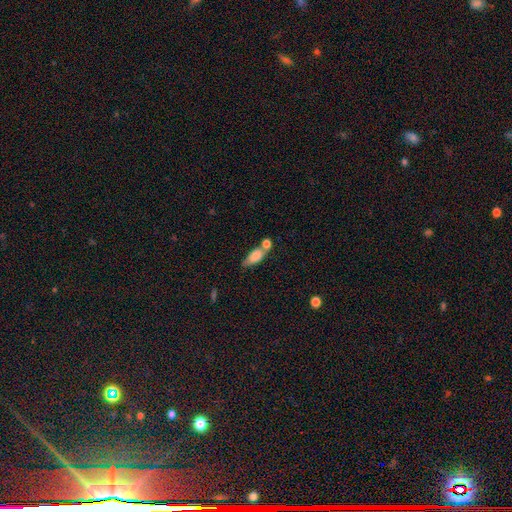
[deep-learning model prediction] Smooth or featured: smooth — 78% (featured or disk — 14%)
How rounded: in between — 75% (cigar-shaped — 20%)
Merging: merger — 45% (none — 34%)